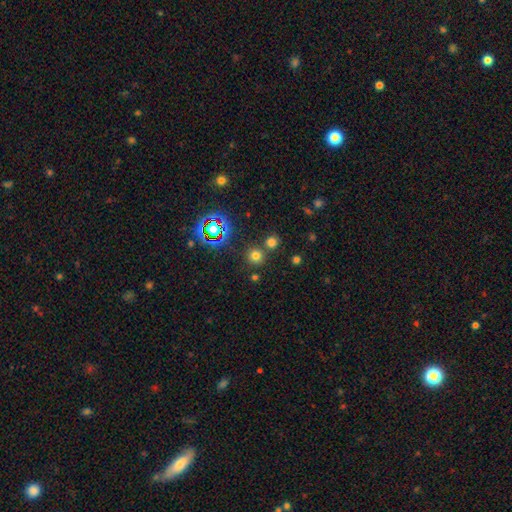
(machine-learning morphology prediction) This is likely a smooth galaxy (68%). How rounded: clearly round (93%). Merging: likely none (77%).